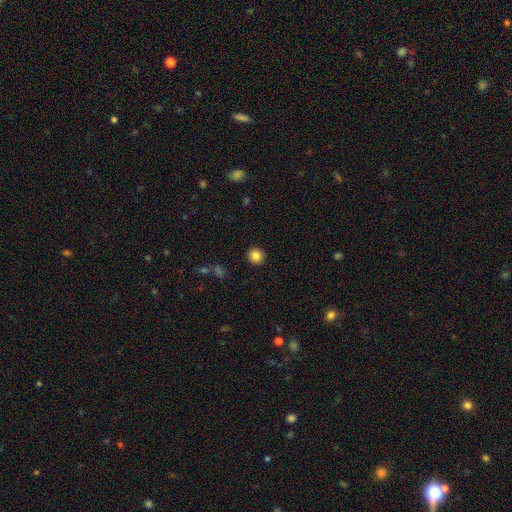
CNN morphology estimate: Smooth or featured? smooth (84%)
How rounded? round (90%)
Merging? none (92%)